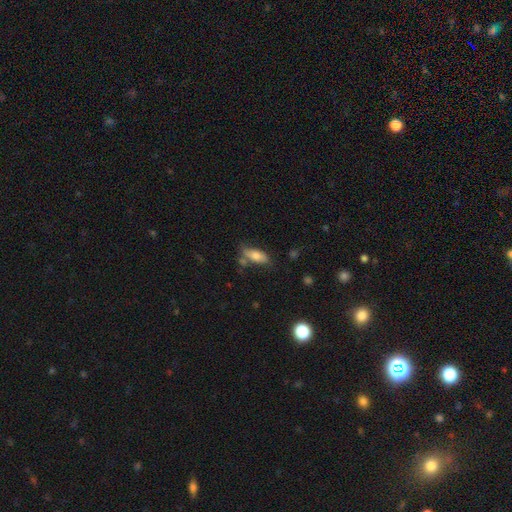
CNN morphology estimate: This appears to be a smooth galaxy with no disk features (70%) that is in between round and cigar-shaped (73%). Merging: none (60%).